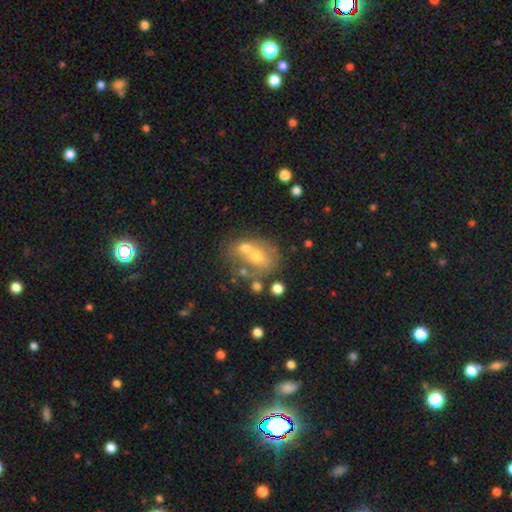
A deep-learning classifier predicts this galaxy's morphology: smooth_or_featured: smooth (p=0.48) [alt: featured or disk p=0.38]
merging: merger (p=0.46) [alt: none p=0.33]